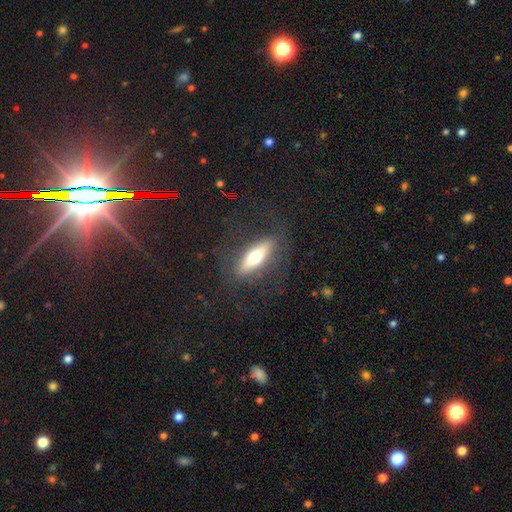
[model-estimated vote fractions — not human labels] The model was most divided on "how rounded": cigar-shaped: 52%, in between: 45%, round: 3%. More confident: merging — none (79%); smooth or featured — smooth (52%).